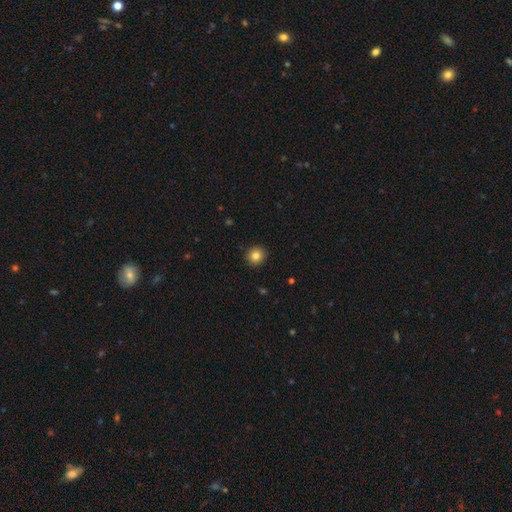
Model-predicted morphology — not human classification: smooth-or-featured: smooth: 83% | star or artifact: 11% | featured or disk: 6%
  how-rounded: round: 92% | in between: 8% | cigar-shaped: 1%
  merging: none: 92% | minor disturbance: 6% | major disturbance: 2% | merger: 1%